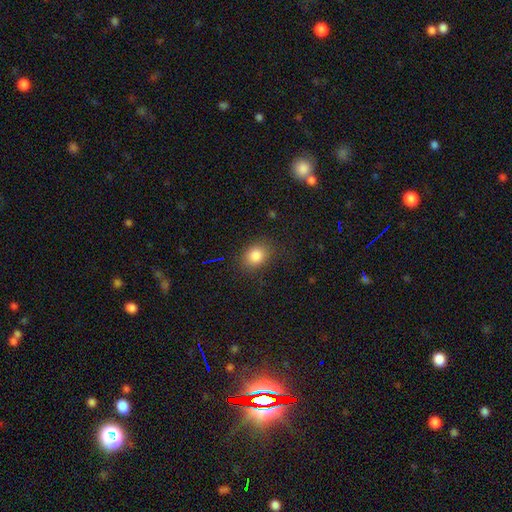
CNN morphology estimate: type=smooth (83%); roundness=round (50%); merging=none (81%).